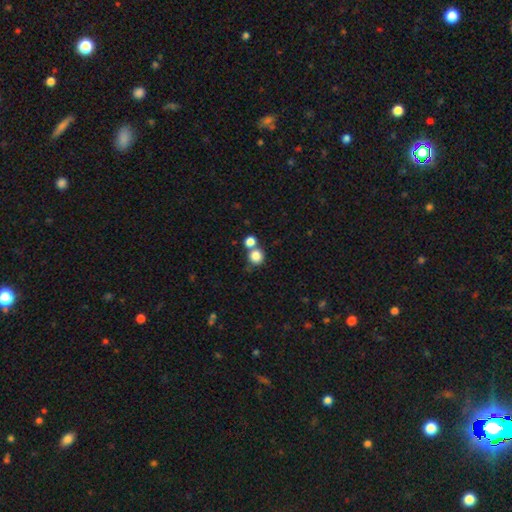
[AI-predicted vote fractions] Smooth or featured: smooth — 83% (star or artifact — 11%)
How rounded: round — 88% (in between — 11%)
Merging: none — 54% (merger — 35%)